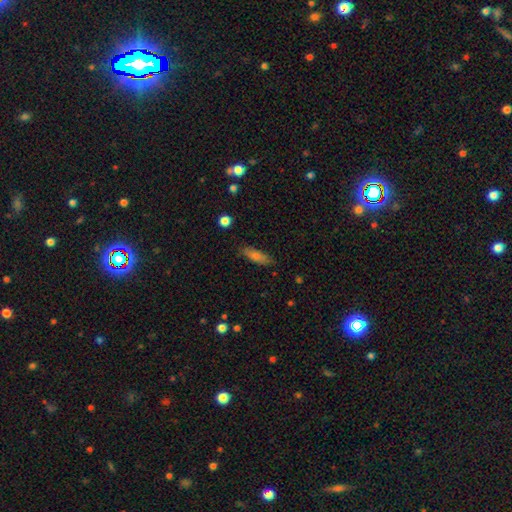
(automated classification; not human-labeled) Smooth or featured: smooth — 69% (featured or disk — 21%)
How rounded: cigar-shaped — 56% (in between — 41%)
Merging: none — 85% (minor disturbance — 11%)